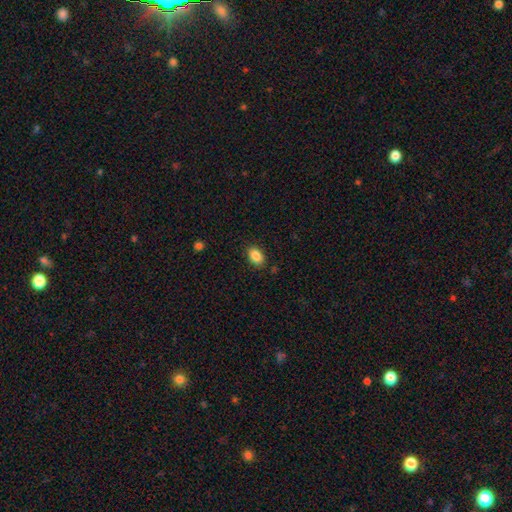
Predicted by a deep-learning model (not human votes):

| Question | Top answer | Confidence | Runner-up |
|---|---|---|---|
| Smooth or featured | smooth | 88% | star or artifact (8%) |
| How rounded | in between | 86% | round (13%) |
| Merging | none | 87% | minor disturbance (9%) |